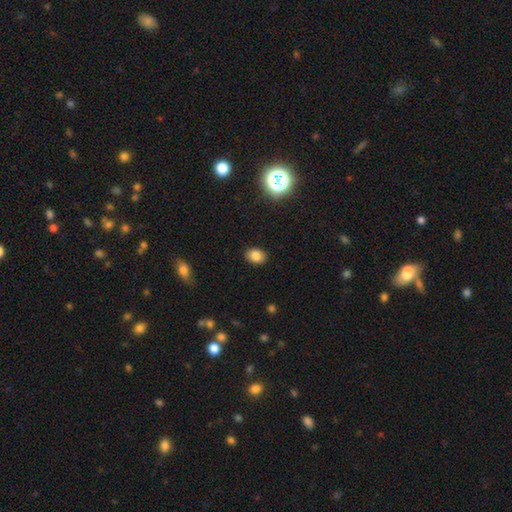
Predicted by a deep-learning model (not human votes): A smooth galaxy with no disk features (82%) that is in between round and cigar-shaped (64%). Merging: none (88%).